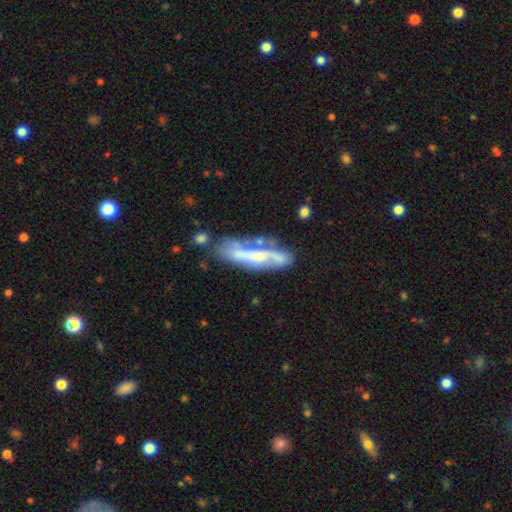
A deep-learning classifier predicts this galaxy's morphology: A featured or disk galaxy (66%).

Vote fractions:
- Smooth or featured? featured or disk: 66% / smooth: 27% / star or artifact: 7%
- Edge-on disk? no: 67% / yes: 33%
- Merging? none: 51% / minor disturbance: 24% / major disturbance: 13% / merger: 12%